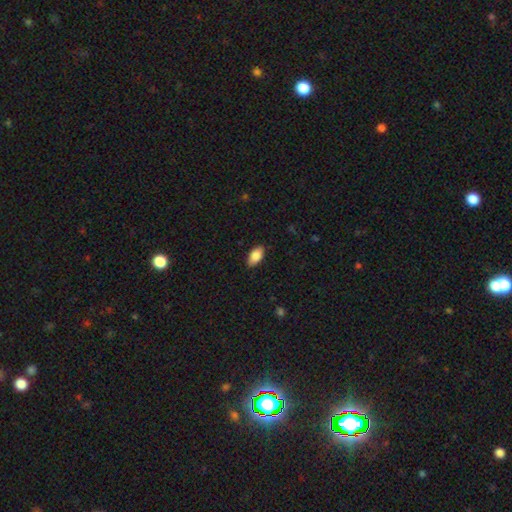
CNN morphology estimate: This appears to be a smooth galaxy with no disk features (85%) that is in between round and cigar-shaped (93%). Merging: none (87%).